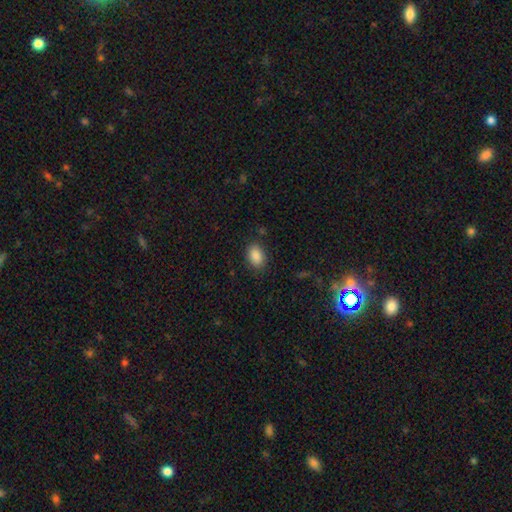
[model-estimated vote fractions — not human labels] Q: Smooth or featured?
A: smooth (88%); runner-up: star or artifact (8%)
Q: How rounded?
A: in between (87%); runner-up: round (12%)
Q: Merging?
A: none (84%); runner-up: minor disturbance (11%)